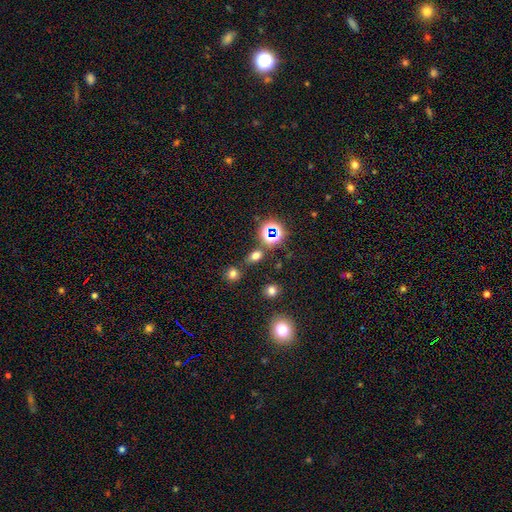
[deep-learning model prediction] Overall: smooth (56%; star or artifact 35%). How rounded: in between (54%; round 41%). Merging: none (75%).